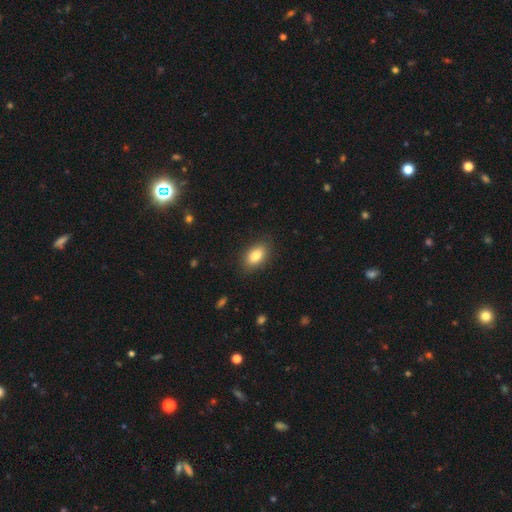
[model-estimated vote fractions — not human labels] Morphology: type=smooth (84%); roundness=in between (89%); merging=none (85%).